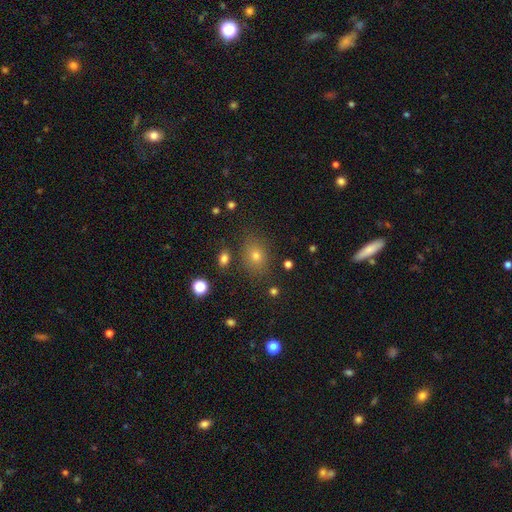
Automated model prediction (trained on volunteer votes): smooth 70%, star or artifact 20%, featured or disk 11%. Down the decision tree: how rounded — in between (56%); merging — none (82%).